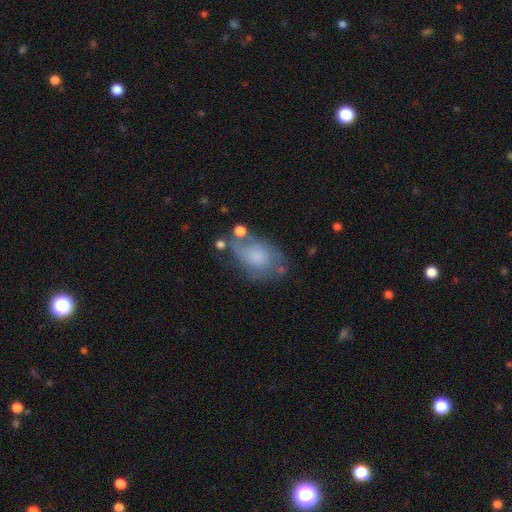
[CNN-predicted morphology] Smooth or featured? smooth (51%)
How rounded? in between (81%)
Merging? none (42%)